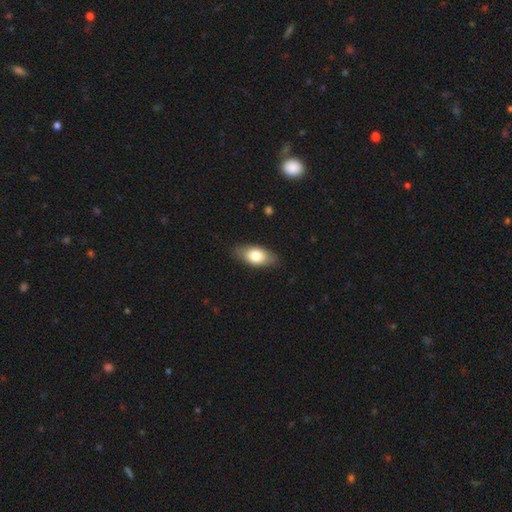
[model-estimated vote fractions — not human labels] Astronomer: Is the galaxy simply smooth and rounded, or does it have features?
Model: smooth — 73%.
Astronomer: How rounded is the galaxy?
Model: in between — 89%.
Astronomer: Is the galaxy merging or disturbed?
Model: none — 83%.